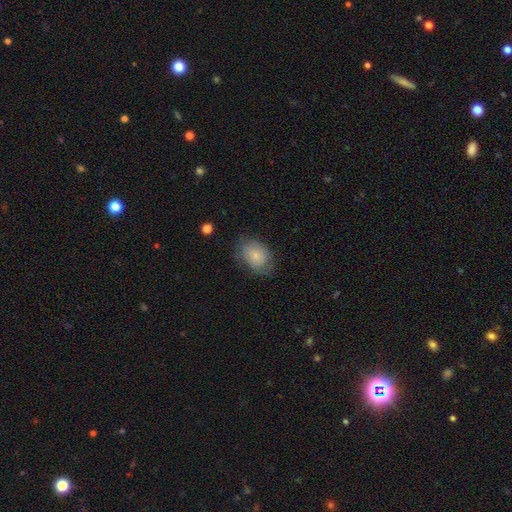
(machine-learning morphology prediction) Smooth or featured?
  - smooth: 72% *
  - featured or disk: 21%
  - star or artifact: 7%
How rounded?
  - in between: 69% *
  - round: 30%
  - cigar-shaped: 1%
Merging?
  - none: 65% *
  - minor disturbance: 25%
  - major disturbance: 10%
  - merger: 1%